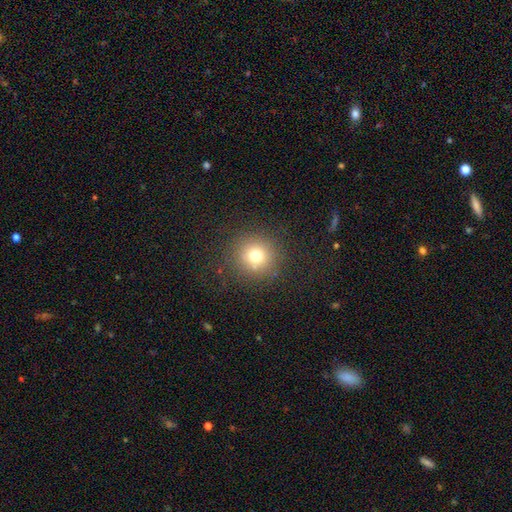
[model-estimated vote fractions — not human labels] Smooth or featured: smooth — 73% (star or artifact — 17%)
How rounded: round — 93% (in between — 6%)
Merging: none — 85% (minor disturbance — 8%)